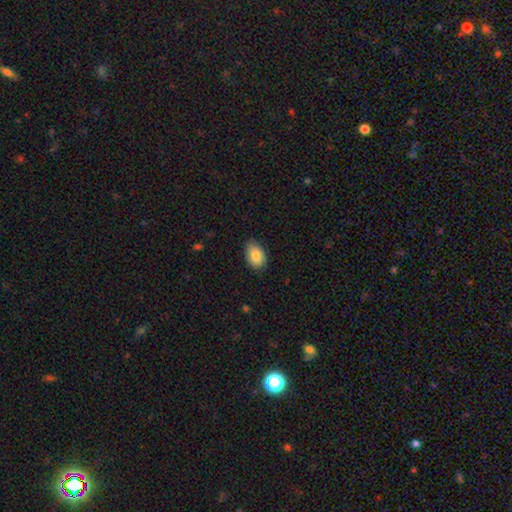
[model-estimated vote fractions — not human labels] Overall: smooth (86%). How rounded: in between (86%). Merging: none (78%).